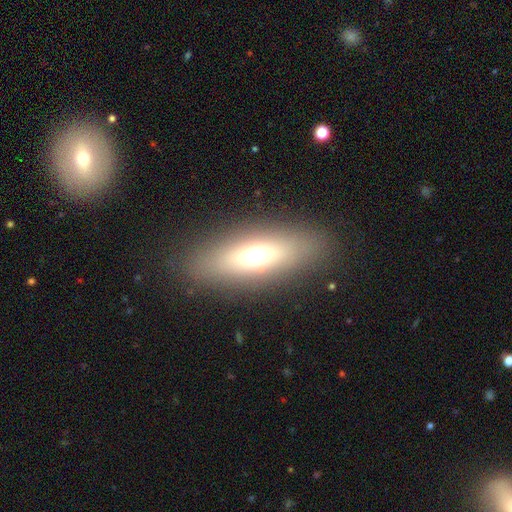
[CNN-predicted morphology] Smooth or featured? smooth (59%)
How rounded? in between (57%)
Merging? none (86%)